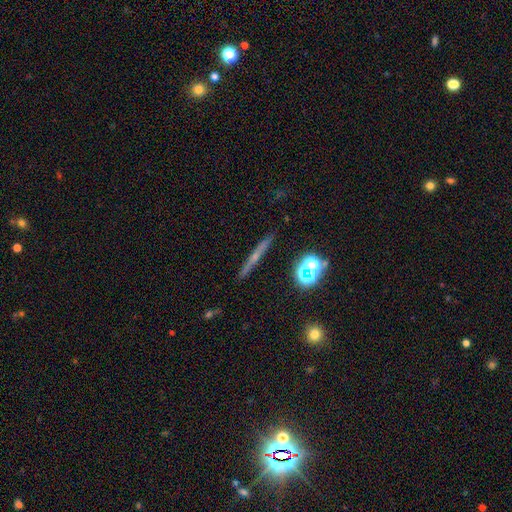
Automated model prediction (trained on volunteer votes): Smooth or featured?
  - featured or disk: 53% *
  - smooth: 30%
  - star or artifact: 17%
Edge-on disk?
  - yes: 94% *
  - no: 6%
Edge-on bulge?
  - rounded: 48% *
  - none: 45%
  - boxy: 7%
Merging?
  - none: 89% *
  - minor disturbance: 7%
  - merger: 2%
  - major disturbance: 2%